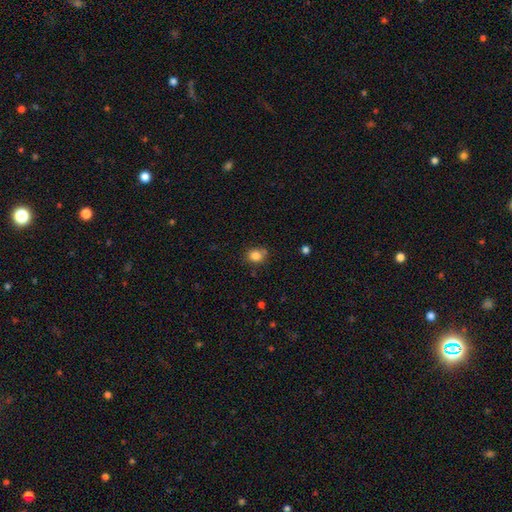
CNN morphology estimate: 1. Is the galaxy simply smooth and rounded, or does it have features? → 84% smooth, 11% star or artifact, 6% featured or disk.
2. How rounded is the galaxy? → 64% round, 35% in between, 1% cigar-shaped.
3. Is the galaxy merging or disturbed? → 71% none, 21% minor disturbance, 4% major disturbance, 4% merger.